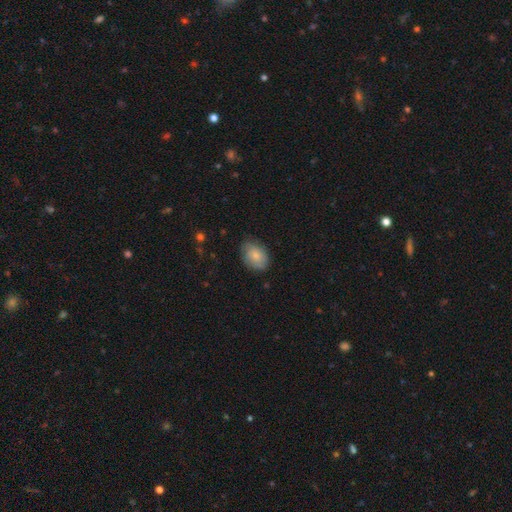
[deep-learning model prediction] A smooth galaxy with no disk features (75%) that is in between round and cigar-shaped (77%).

Vote fractions:
- Smooth or featured? smooth: 75% / featured or disk: 19% / star or artifact: 7%
- How rounded? in between: 77% / round: 22% / cigar-shaped: 1%
- Merging? none: 73% / minor disturbance: 21% / major disturbance: 4% / merger: 1%